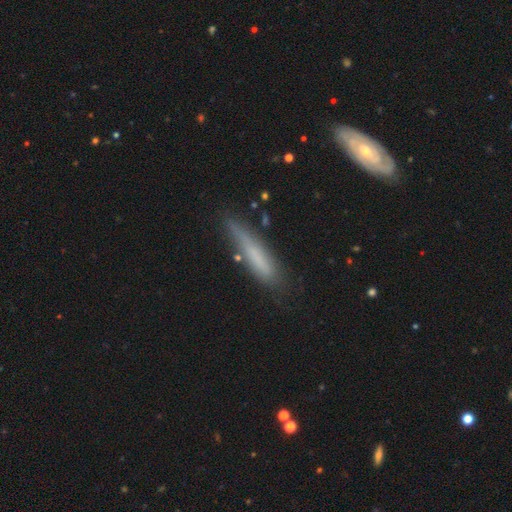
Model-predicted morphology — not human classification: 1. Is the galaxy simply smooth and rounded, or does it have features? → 64% smooth, 27% featured or disk, 9% star or artifact.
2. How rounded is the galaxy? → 87% cigar-shaped, 11% in between, 2% round.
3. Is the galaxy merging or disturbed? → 65% none, 24% minor disturbance, 7% major disturbance, 4% merger.